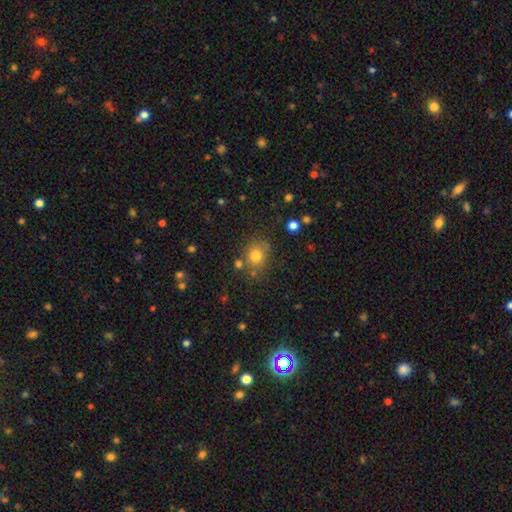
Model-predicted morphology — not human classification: Overall: smooth (79%). How rounded: round (65%; in between 34%). Merging: none (69%).